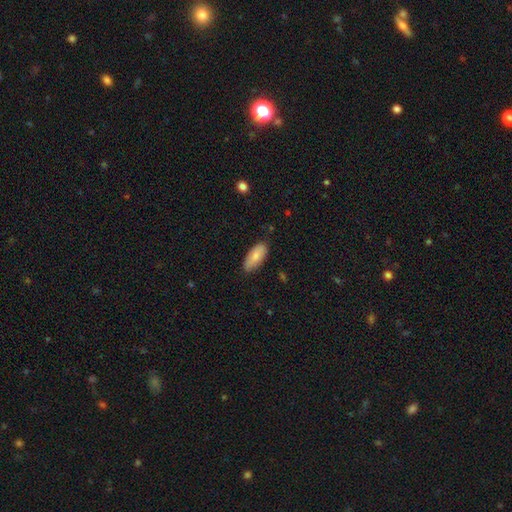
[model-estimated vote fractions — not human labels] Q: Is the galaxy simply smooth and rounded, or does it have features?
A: smooth — 83%.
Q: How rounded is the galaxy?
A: in between — 86%.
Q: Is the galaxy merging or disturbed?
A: none — 81%.